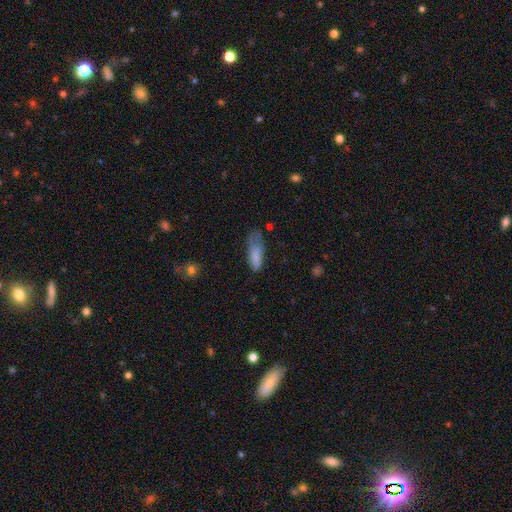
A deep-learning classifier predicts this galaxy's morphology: smooth 81%, featured or disk 11%, star or artifact 8%. Down the decision tree: how rounded — in between (69%); merging — minor disturbance (38%).